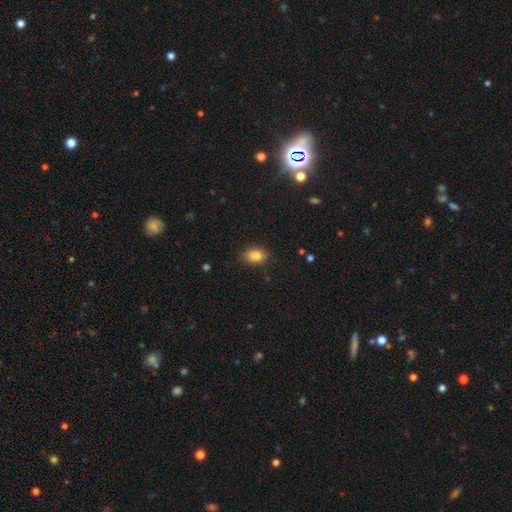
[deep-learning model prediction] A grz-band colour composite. It shows a smooth galaxy with no disk features (83%) that is in between round and cigar-shaped (70%). Merging: none (83%).